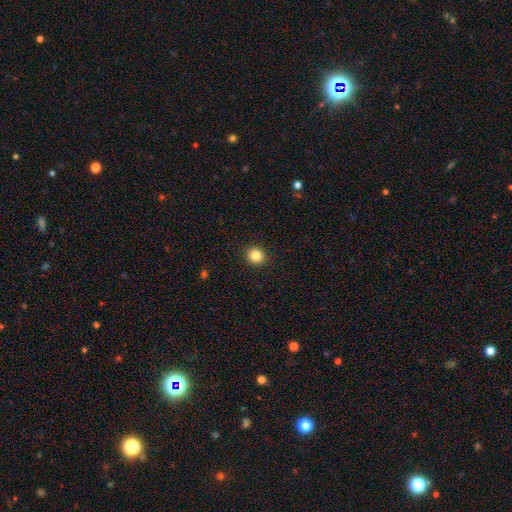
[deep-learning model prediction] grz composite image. It shows a smooth galaxy with no disk features (84%) that is round (85%). Merging: none (92%).